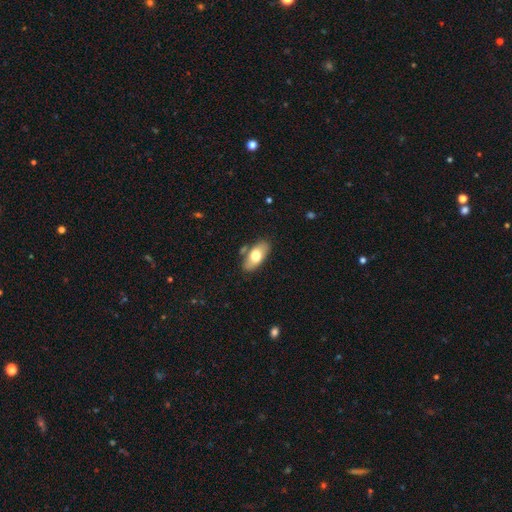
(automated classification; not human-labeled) Q: Smooth or featured?
A: smooth (69%); runner-up: featured or disk (25%)
Q: How rounded?
A: in between (89%); runner-up: cigar-shaped (7%)
Q: Merging?
A: none (78%); runner-up: minor disturbance (13%)